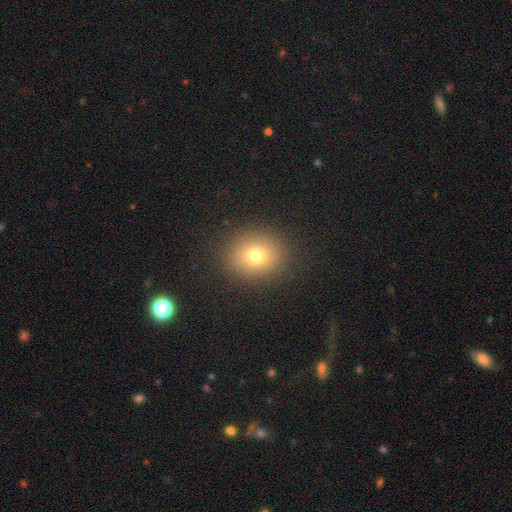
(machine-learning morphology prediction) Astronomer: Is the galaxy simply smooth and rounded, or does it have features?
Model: smooth — 73%.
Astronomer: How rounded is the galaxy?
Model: round — 66%.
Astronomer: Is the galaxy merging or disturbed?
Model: none — 89%.